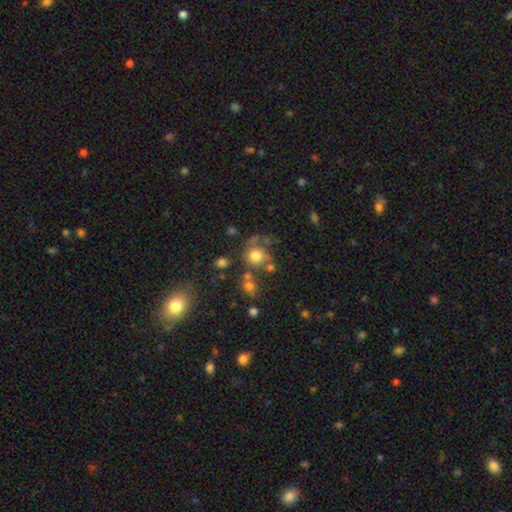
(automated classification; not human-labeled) The model was most divided on "merging": none: 51%, merger: 20%, minor disturbance: 17%, major disturbance: 13%. More confident: how rounded — round (82%); smooth or featured — smooth (73%).